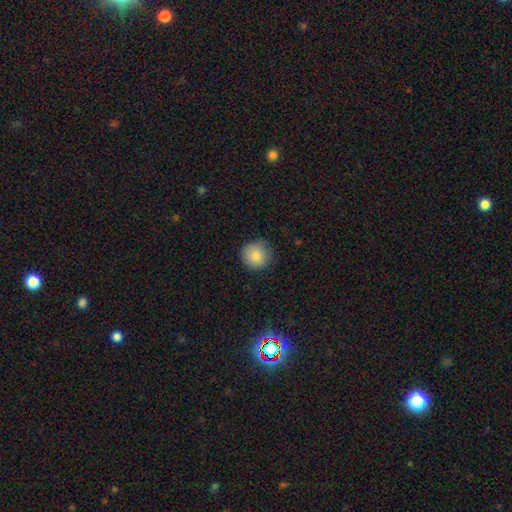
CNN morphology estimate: This is clearly a smooth galaxy (83%). How rounded: clearly round (95%). Merging: clearly none (85%).